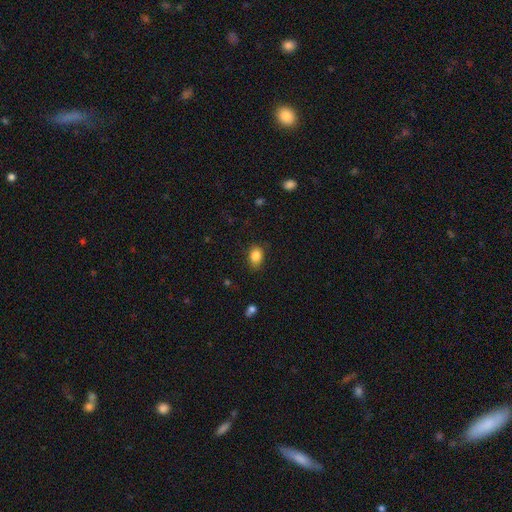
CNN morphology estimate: A smooth galaxy with no disk features (85%) that is in between round and cigar-shaped (72%).

Vote fractions:
- Smooth or featured? smooth: 85% / star or artifact: 9% / featured or disk: 6%
- How rounded? in between: 72% / round: 27% / cigar-shaped: 1%
- Merging? none: 80% / minor disturbance: 16% / major disturbance: 3% / merger: 1%